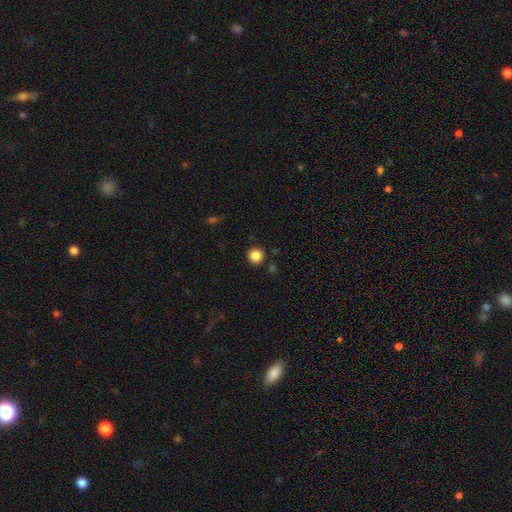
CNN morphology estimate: This is clearly a smooth galaxy (86%). How rounded: clearly round (95%). Merging: clearly none (90%).